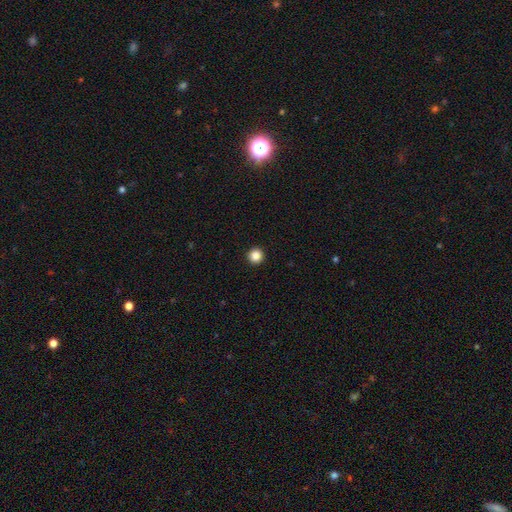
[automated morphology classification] The model was most divided on "smooth or featured": smooth: 86%, star or artifact: 11%, featured or disk: 3%. More confident: how rounded — round (96%); merging — none (94%).